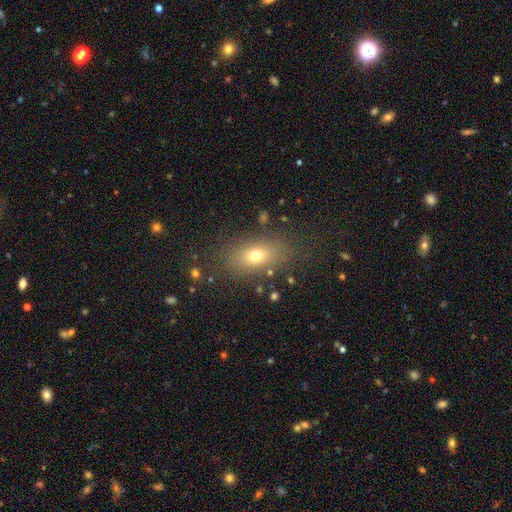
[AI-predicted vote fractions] smooth_or_featured: smooth (p=0.71) [alt: featured or disk p=0.15]
how_rounded: in between (p=0.81) [alt: round p=0.13]
merging: none (p=0.81) [alt: minor disturbance p=0.11]